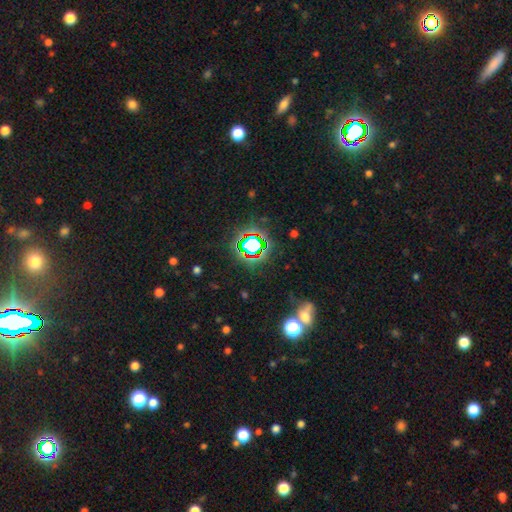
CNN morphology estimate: smooth-or-featured: star or artifact: 77% | smooth: 15% | featured or disk: 8%